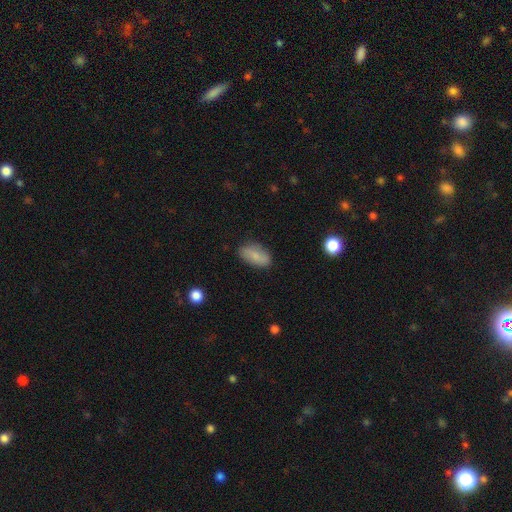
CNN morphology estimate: The model was most divided on "smooth or featured": smooth: 79%, featured or disk: 14%, star or artifact: 7%. More confident: how rounded — in between (91%); merging — none (82%).